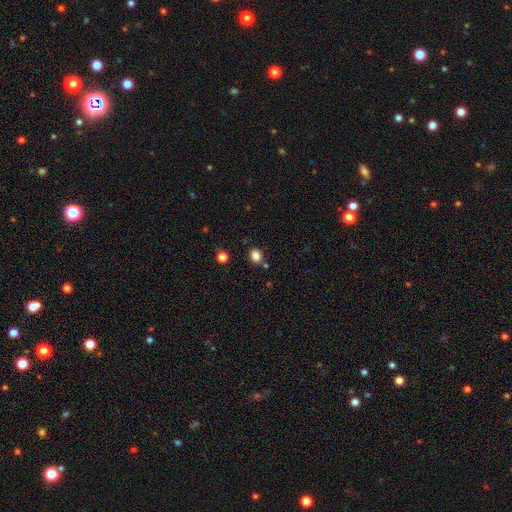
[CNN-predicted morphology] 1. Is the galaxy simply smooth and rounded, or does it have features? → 84% smooth, 12% star or artifact, 4% featured or disk.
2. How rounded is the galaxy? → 51% in between, 48% round, 1% cigar-shaped.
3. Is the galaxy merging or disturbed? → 81% none, 11% minor disturbance, 5% merger, 3% major disturbance.